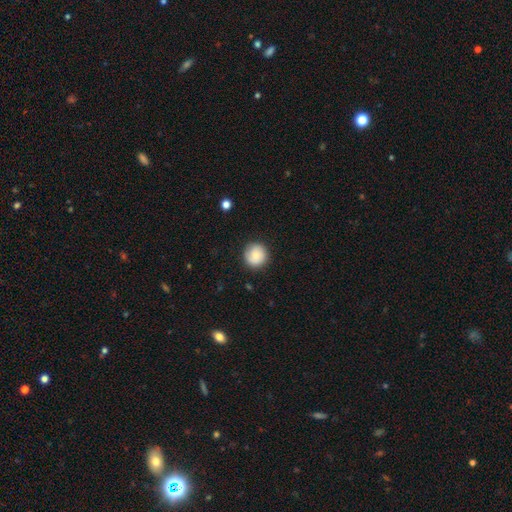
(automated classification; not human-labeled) A smooth galaxy with no disk features (77%) that is round (94%).

Vote fractions:
- Smooth or featured? smooth: 77% / featured or disk: 16% / star or artifact: 8%
- How rounded? round: 94% / in between: 5% / cigar-shaped: 1%
- Merging? none: 87% / minor disturbance: 9% / major disturbance: 2% / merger: 1%